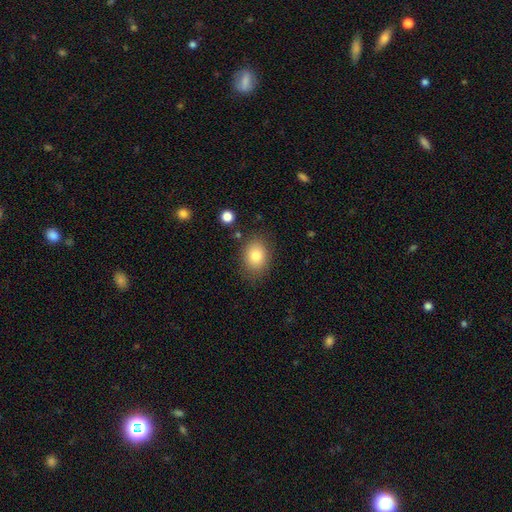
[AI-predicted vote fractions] A smooth galaxy with no disk features (82%) that is in between round and cigar-shaped (64%). Merging: none (81%).